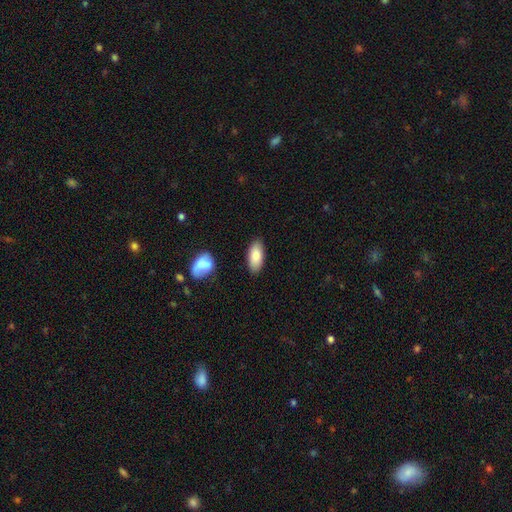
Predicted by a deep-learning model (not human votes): smooth 85%, featured or disk 9%, star or artifact 6%. Down the decision tree: how rounded — in between (89%); merging — none (84%).